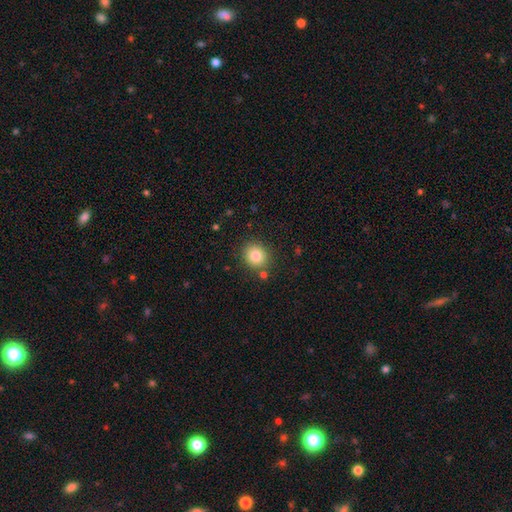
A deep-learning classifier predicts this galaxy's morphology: Smooth or featured: smooth — 83% (star or artifact — 10%)
How rounded: round — 80% (in between — 19%)
Merging: none — 83% (minor disturbance — 9%)